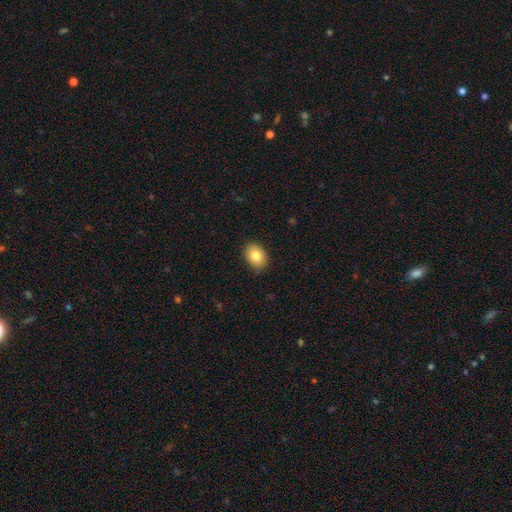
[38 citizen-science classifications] This appears to be a smooth galaxy with no disk features (92%) that is in between round and cigar-shaped (83%). Merging: none (89%).